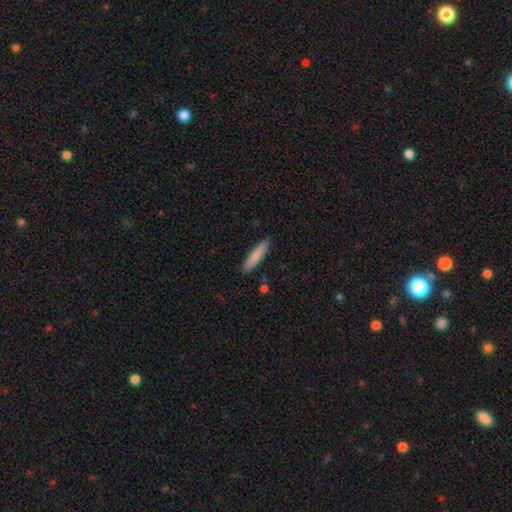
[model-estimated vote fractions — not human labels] A smooth galaxy with no disk features (82%) that is cigar-shaped (86%).

Vote fractions:
- Smooth or featured? smooth: 82% / featured or disk: 12% / star or artifact: 6%
- How rounded? cigar-shaped: 86% / in between: 13% / round: 1%
- Merging? none: 89% / minor disturbance: 8% / major disturbance: 2% / merger: 2%